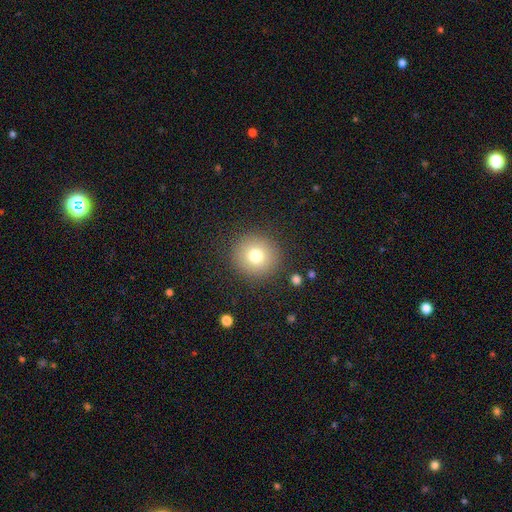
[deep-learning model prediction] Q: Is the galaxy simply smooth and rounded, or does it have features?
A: smooth — 77%.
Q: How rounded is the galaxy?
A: round — 93%.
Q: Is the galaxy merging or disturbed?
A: none — 89%.